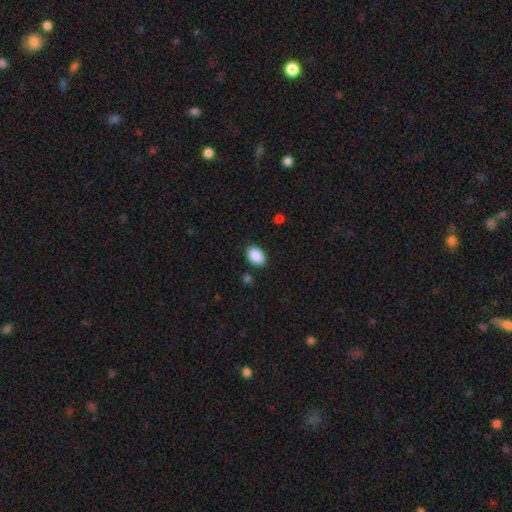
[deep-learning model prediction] Smooth or featured? smooth (90%)
How rounded? in between (84%)
Merging? none (85%)